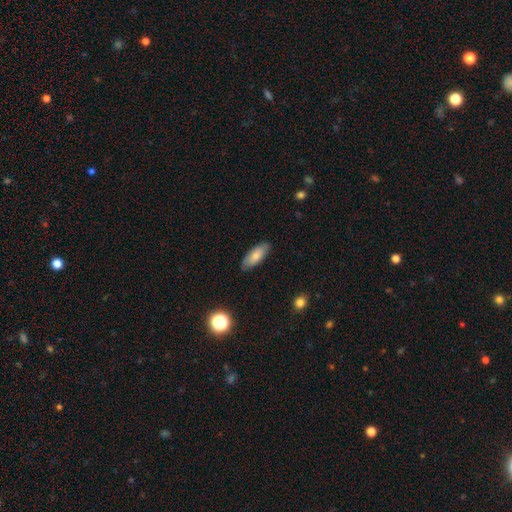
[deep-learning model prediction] Q: Smooth or featured?
A: smooth (77%); runner-up: featured or disk (17%)
Q: How rounded?
A: in between (79%); runner-up: cigar-shaped (19%)
Q: Merging?
A: none (85%); runner-up: minor disturbance (12%)